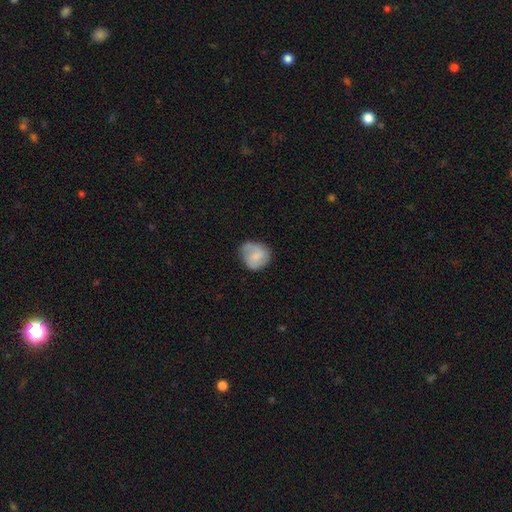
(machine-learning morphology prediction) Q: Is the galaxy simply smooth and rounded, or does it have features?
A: smooth — 61%.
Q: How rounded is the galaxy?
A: round — 75%.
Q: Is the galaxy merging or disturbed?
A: none — 58%.